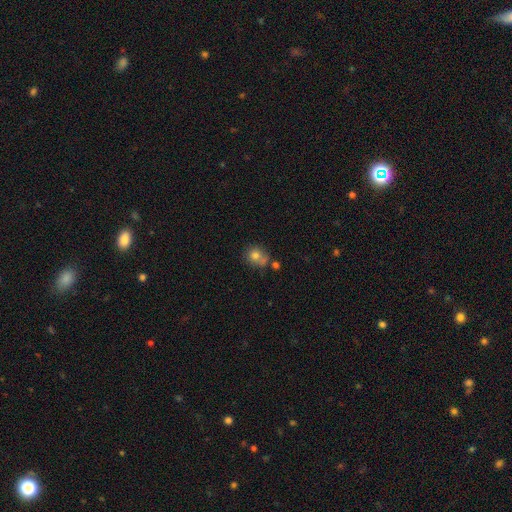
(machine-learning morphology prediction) Smooth or featured? smooth (76%)
How rounded? round (76%)
Merging? none (52%)